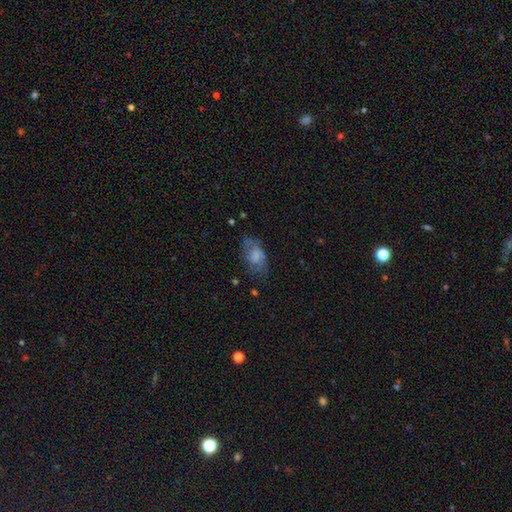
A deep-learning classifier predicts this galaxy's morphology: A smooth galaxy with no disk features (59%) that is in between round and cigar-shaped (90%). Merging: none (50%).